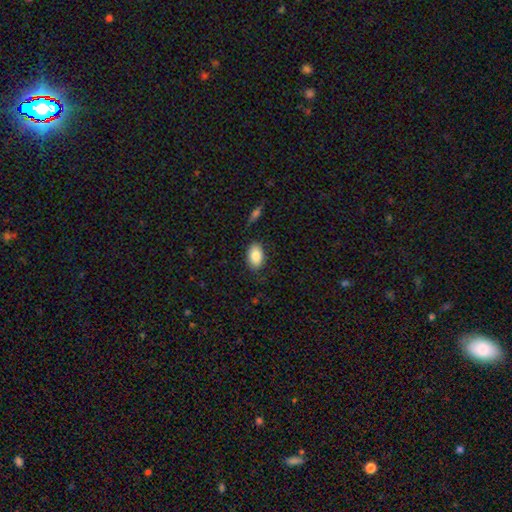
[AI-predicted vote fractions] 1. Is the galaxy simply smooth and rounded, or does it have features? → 85% smooth, 8% featured or disk, 7% star or artifact.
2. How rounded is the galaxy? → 91% in between, 7% round, 2% cigar-shaped.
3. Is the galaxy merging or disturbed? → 84% none, 12% minor disturbance, 3% major disturbance, 2% merger.